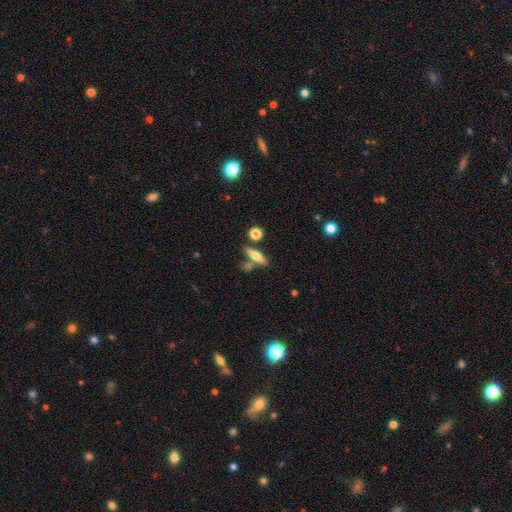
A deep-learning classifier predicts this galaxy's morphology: Smooth or featured? smooth (54%)
How rounded? cigar-shaped (63%)
Merging? none (67%)